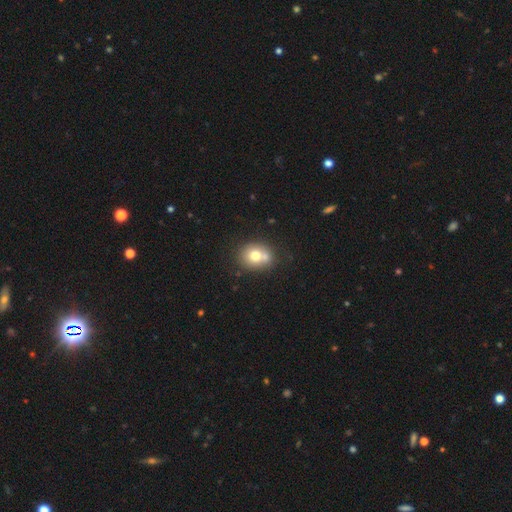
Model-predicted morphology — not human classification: A smooth galaxy with no disk features (71%) that is round (62%). Merging: none (51%).